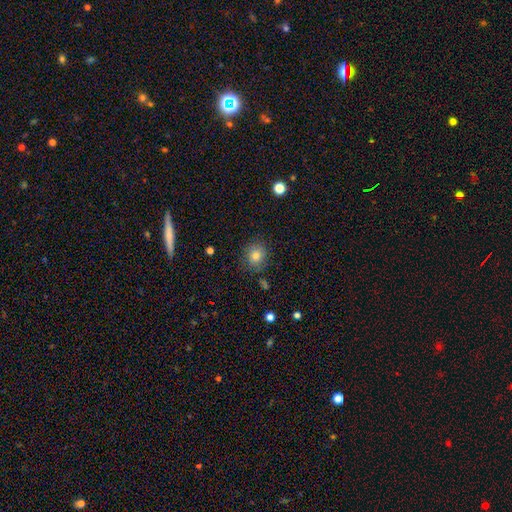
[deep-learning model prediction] This is likely a smooth galaxy (80%). How rounded: likely round (75%). Merging: clearly none (83%).